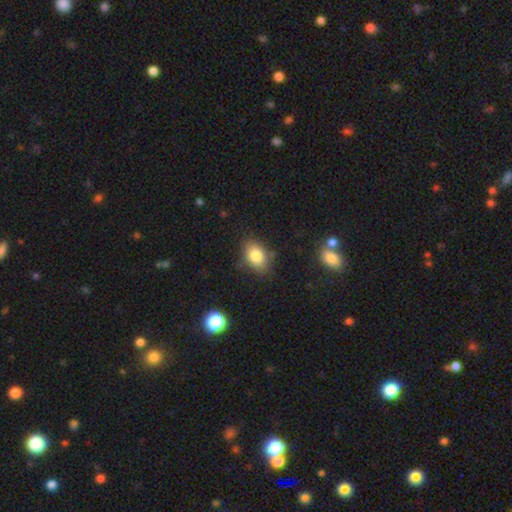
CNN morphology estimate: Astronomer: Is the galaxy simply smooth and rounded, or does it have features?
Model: smooth — 83%.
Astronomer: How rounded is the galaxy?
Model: in between — 82%.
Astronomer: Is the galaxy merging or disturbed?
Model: none — 79%.